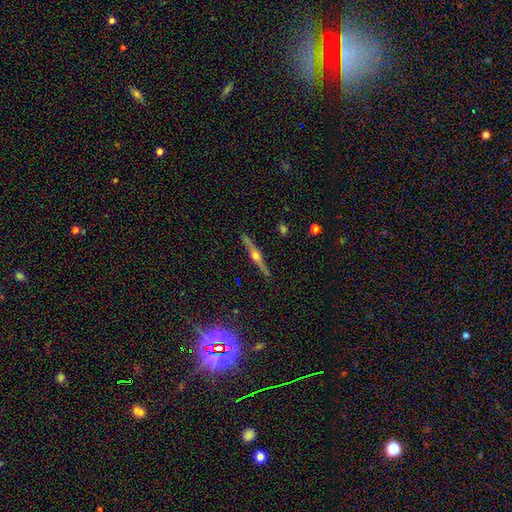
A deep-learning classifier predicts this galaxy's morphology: Smooth or featured?
  - featured or disk: 78% *
  - smooth: 15%
  - star or artifact: 7%
Edge-on disk?
  - yes: 98% *
  - no: 2%
Edge-on bulge?
  - rounded: 95% *
  - boxy: 3%
  - none: 2%
Merging?
  - none: 90% *
  - minor disturbance: 7%
  - major disturbance: 2%
  - merger: 1%